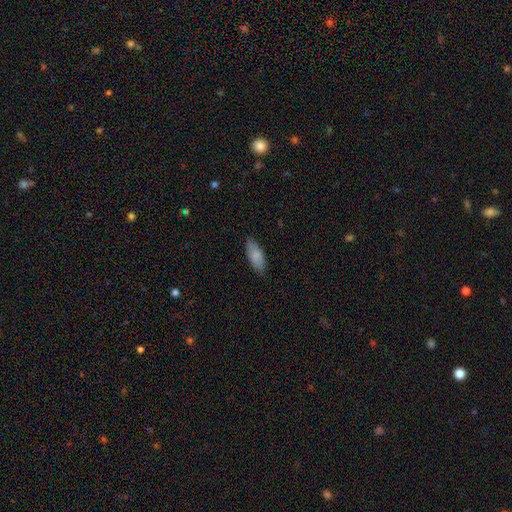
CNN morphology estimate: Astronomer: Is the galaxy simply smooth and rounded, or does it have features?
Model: smooth — 85%.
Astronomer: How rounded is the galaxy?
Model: in between — 79%.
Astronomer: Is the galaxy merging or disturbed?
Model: none — 84%.